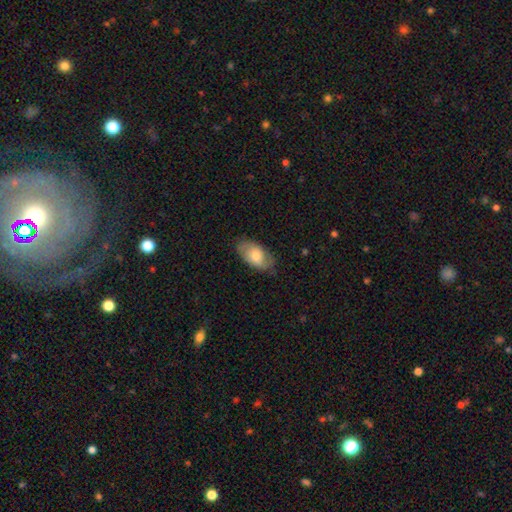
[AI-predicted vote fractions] The model was most divided on "smooth or featured": smooth: 69%, featured or disk: 25%, star or artifact: 6%. More confident: how rounded — in between (94%); merging — none (77%).